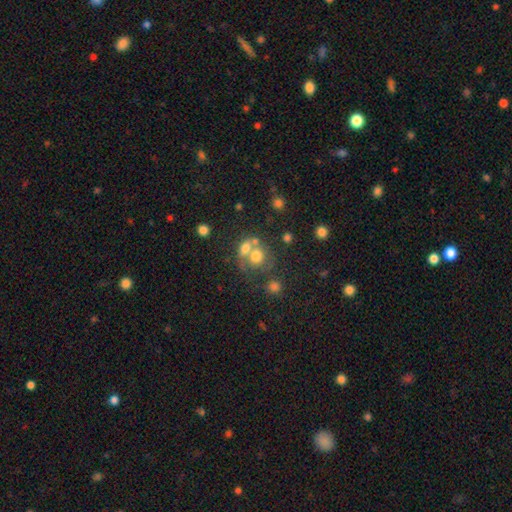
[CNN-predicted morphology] This is likely a smooth galaxy (64%). How rounded: likely round (67%). Merging: possibly merger (49%).